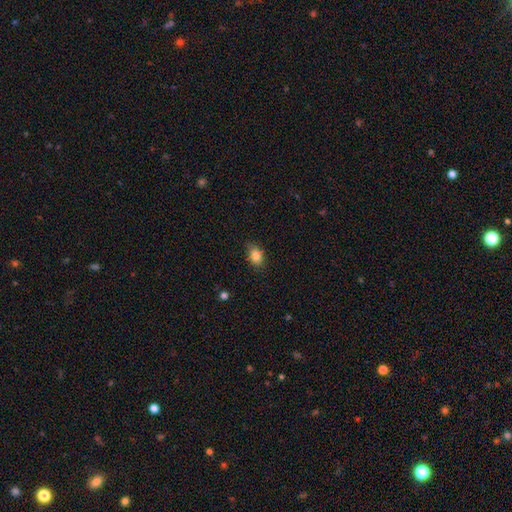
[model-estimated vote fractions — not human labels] Smooth or featured? smooth (84%)
How rounded? in between (76%)
Merging? none (79%)